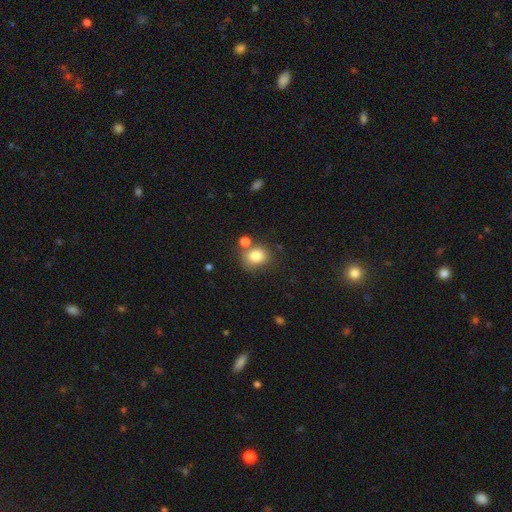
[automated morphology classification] Smooth or featured? smooth (83%)
How rounded? round (65%)
Merging? none (63%)